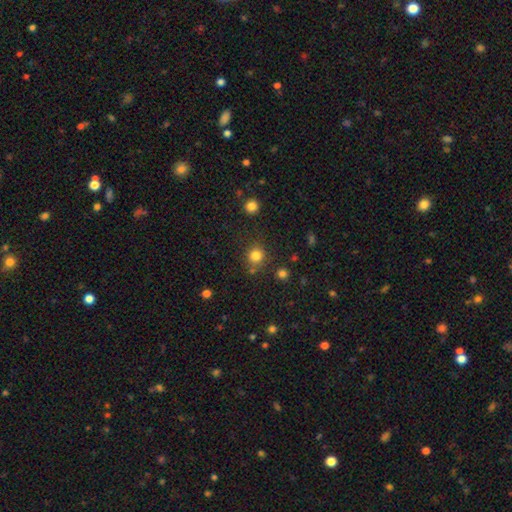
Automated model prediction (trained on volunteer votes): The model was most divided on "merging": none: 76%, minor disturbance: 11%, merger: 8%, major disturbance: 4%. More confident: how rounded — round (88%); smooth or featured — smooth (81%).